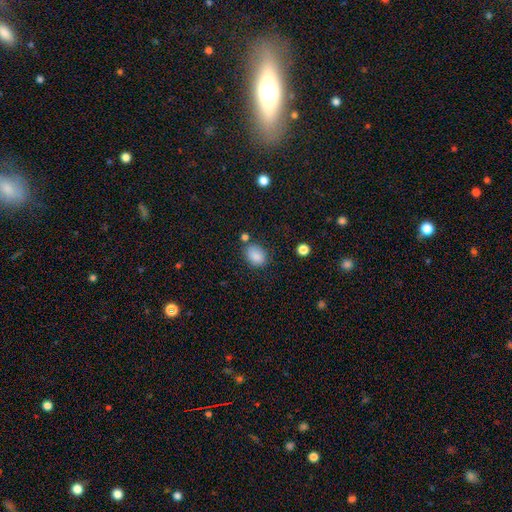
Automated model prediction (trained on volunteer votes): Smooth or featured? Predicted: smooth (p=0.86). How rounded? Predicted: in between (p=0.71). Merging? Predicted: none (p=0.73).